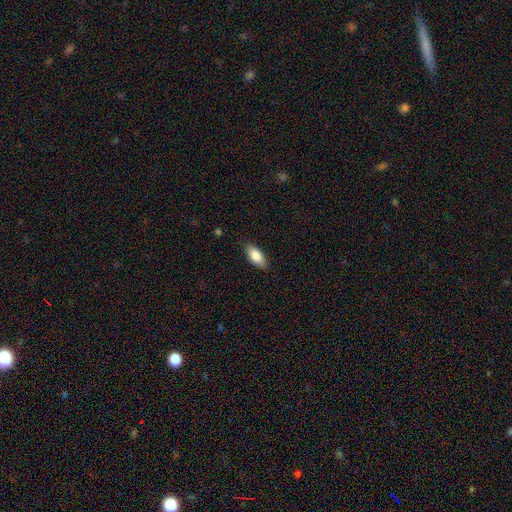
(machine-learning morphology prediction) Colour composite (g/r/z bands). It shows a smooth galaxy with no disk features (84%) that is in between round and cigar-shaped (88%). Merging: none (85%).